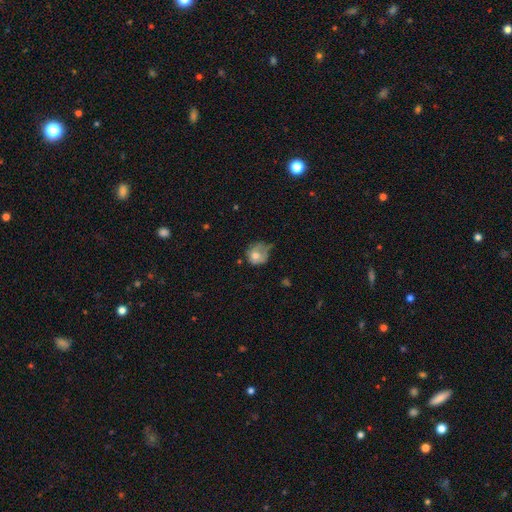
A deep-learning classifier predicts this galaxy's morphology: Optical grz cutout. It shows a smooth galaxy with no disk features (69%) that is round (76%). Merging: minor disturbance (36%, tied with none).